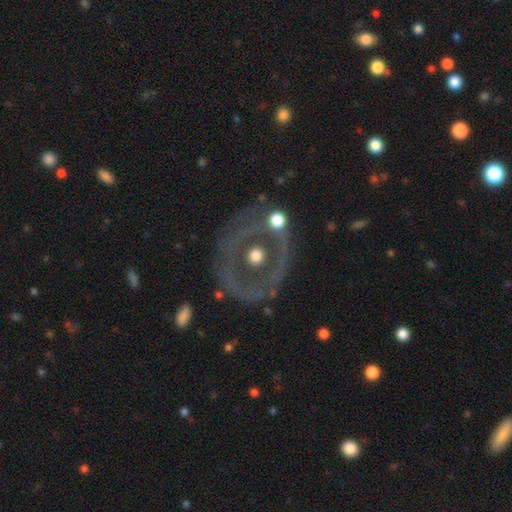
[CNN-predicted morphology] Smooth or featured: featured or disk — 56% (smooth — 36%)
Edge-on disk: no — 94% (yes — 6%)
Bar: no — 92% (weak — 5%)
Spiral arms: no — 86% (yes — 14%)
Bulge size: moderate — 68% (large — 19%)
Merging: none — 66% (minor disturbance — 14%)